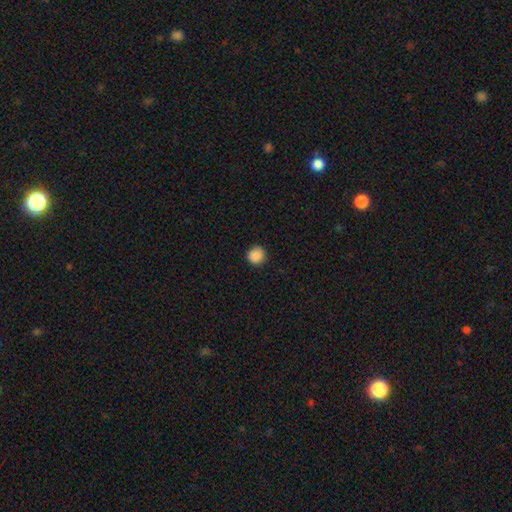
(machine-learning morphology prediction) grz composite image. It shows a smooth galaxy with no disk features (88%) that is round (95%). Merging: none (91%).